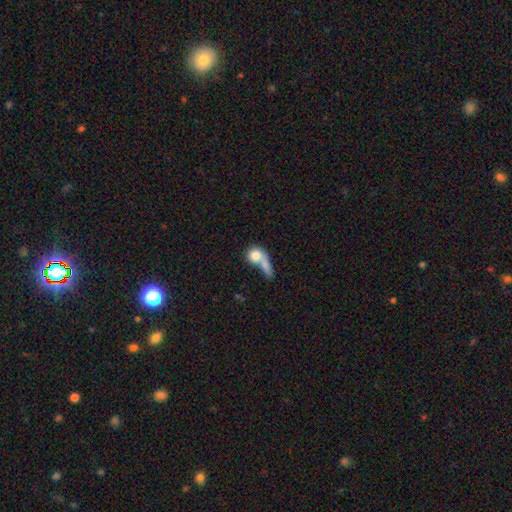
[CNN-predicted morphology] Smooth or featured: smooth — 75% (featured or disk — 17%)
How rounded: round — 67% (in between — 27%)
Merging: merger — 56% (none — 23%)